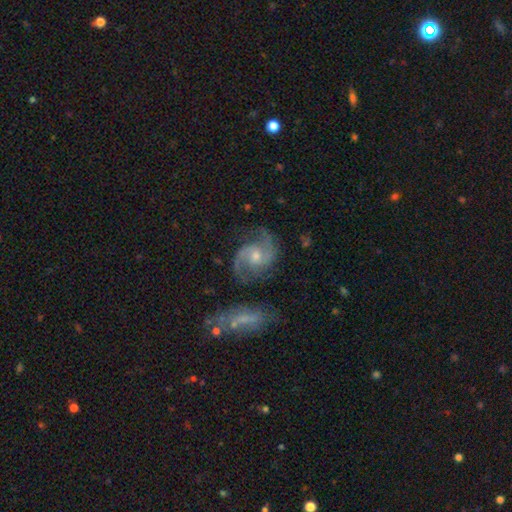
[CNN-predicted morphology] Smooth or featured? featured or disk (89%)
Edge-on disk? no (98%)
Bar? no (59%)
Spiral arms? yes (98%)
Spiral winding? medium (58%)
Spiral arm count? 2 (86%)
Bulge size? moderate (51%)
Merging? none (72%)